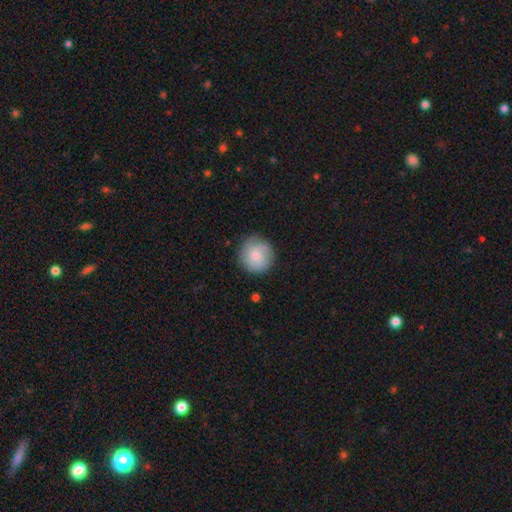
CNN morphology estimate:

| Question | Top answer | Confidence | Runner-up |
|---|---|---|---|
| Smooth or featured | smooth | 66% | featured or disk (27%) |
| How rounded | round | 94% | in between (5%) |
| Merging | none | 82% | minor disturbance (13%) |